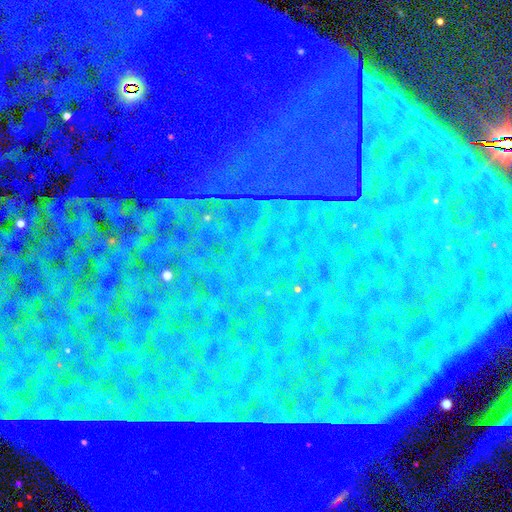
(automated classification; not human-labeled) A star or artifact, not a galaxy (86%).